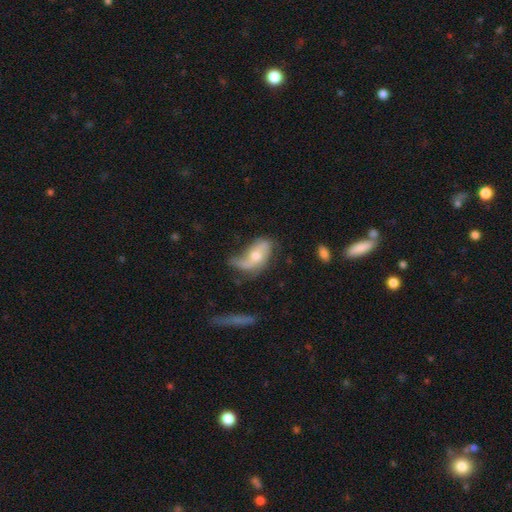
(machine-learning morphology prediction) featured or disk 62%, smooth 30%, star or artifact 8%. Down the decision tree: edge-on disk — no (91%); bar — no (65%); spiral arms — yes (79%); bulge size — moderate (62%); merging — none (36%).